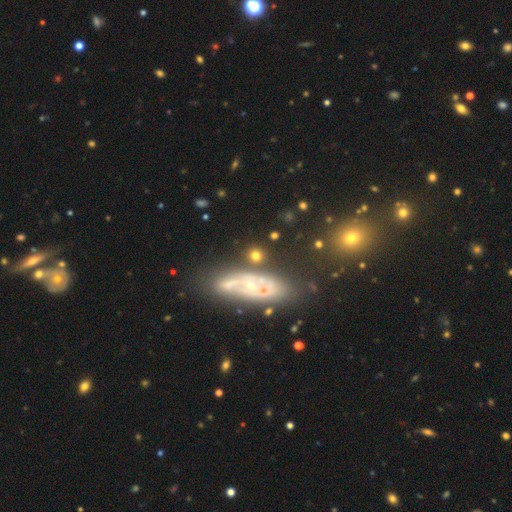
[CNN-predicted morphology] smooth 60%, featured or disk 27%, star or artifact 13%. Down the decision tree: how rounded — round (67%); merging — none (70%).